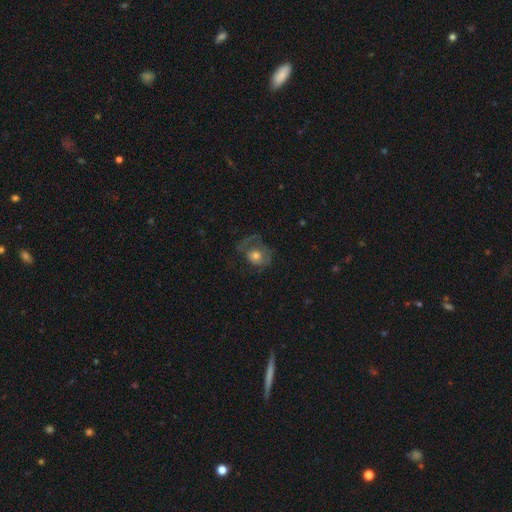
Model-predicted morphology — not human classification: A smooth galaxy with no disk features (48%). Merging: major disturbance (39%).